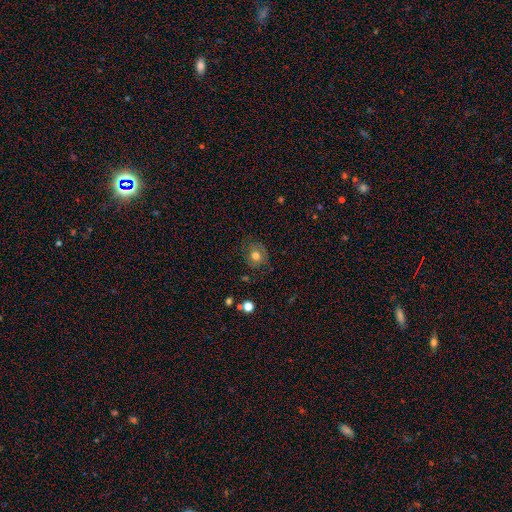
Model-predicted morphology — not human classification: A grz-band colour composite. It shows a smooth galaxy with no disk features (72%) that is round (77%). Merging: none (74%).